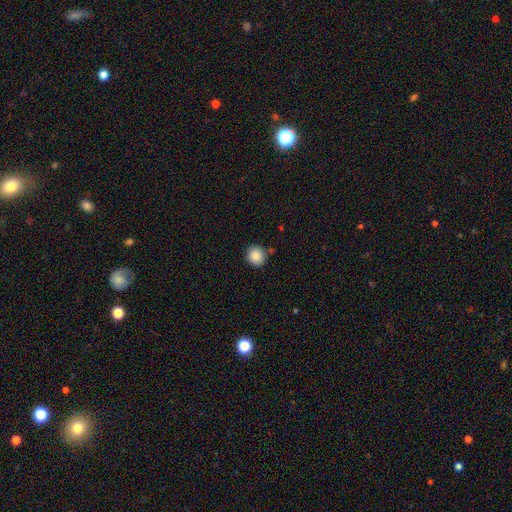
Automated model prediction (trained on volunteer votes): Smooth or featured? smooth (88%)
How rounded? round (85%)
Merging? none (85%)